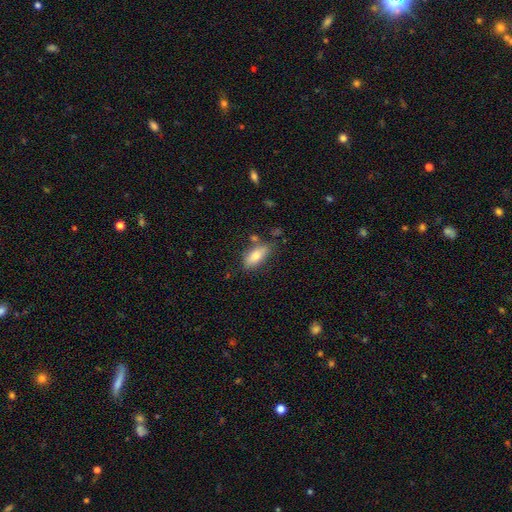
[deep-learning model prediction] Overall: smooth (74%). How rounded: in between (79%). Merging: none (72%).